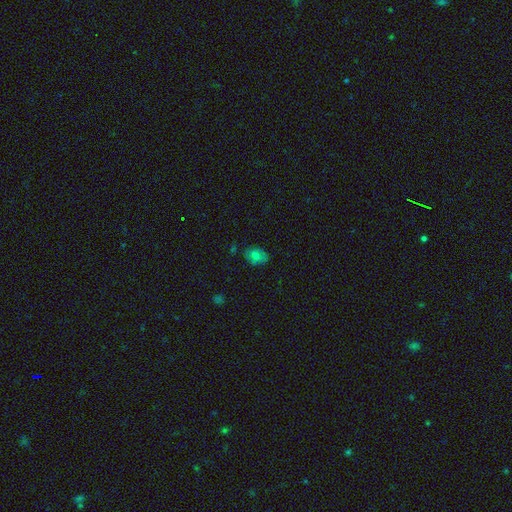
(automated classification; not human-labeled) smooth_or_featured: smooth (p=0.64) [alt: featured or disk p=0.25]
how_rounded: in between (p=0.74) [alt: round p=0.25]
merging: none (p=0.77) [alt: minor disturbance p=0.17]